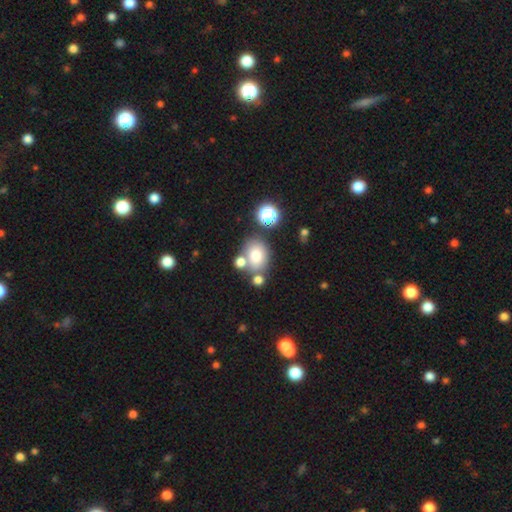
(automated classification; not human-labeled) Smooth or featured?
  - smooth: 75% *
  - star or artifact: 13%
  - featured or disk: 12%
How rounded?
  - in between: 58% *
  - round: 40%
  - cigar-shaped: 1%
Merging?
  - none: 61% *
  - merger: 21%
  - minor disturbance: 13%
  - major disturbance: 5%